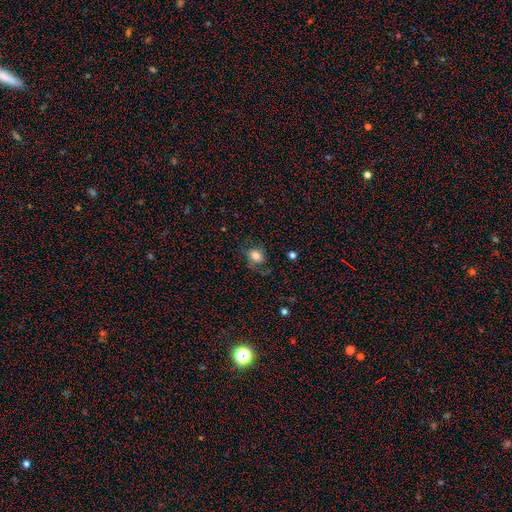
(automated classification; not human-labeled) Overall: smooth (80%). How rounded: round (55%; in between 44%). Merging: none (67%).